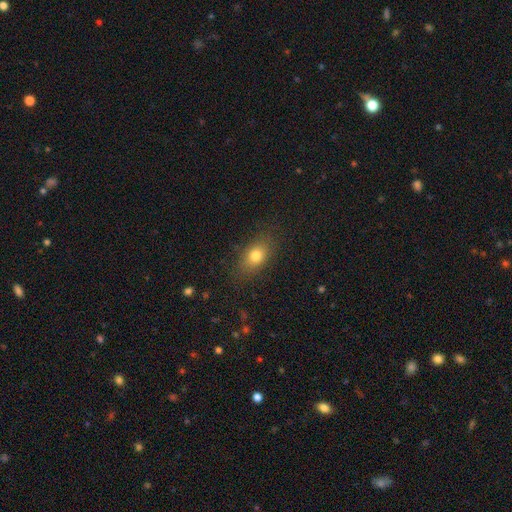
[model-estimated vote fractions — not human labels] Smooth or featured?
  - smooth: 77% *
  - featured or disk: 12%
  - star or artifact: 11%
How rounded?
  - in between: 76% *
  - round: 20%
  - cigar-shaped: 4%
Merging?
  - none: 81% *
  - minor disturbance: 13%
  - major disturbance: 4%
  - merger: 1%